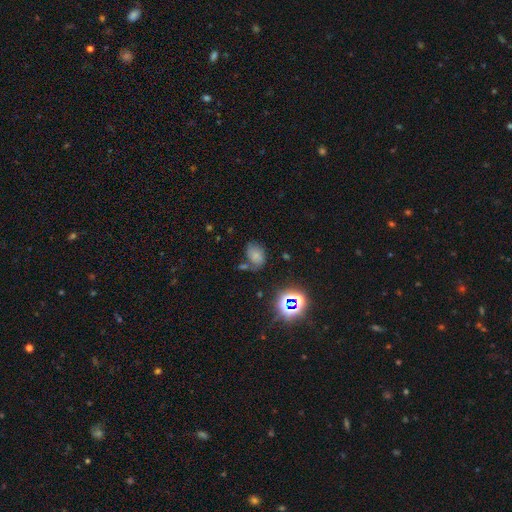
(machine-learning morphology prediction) A smooth galaxy with no disk features (62%) that is in between round and cigar-shaped (74%). Merging: none (53%).